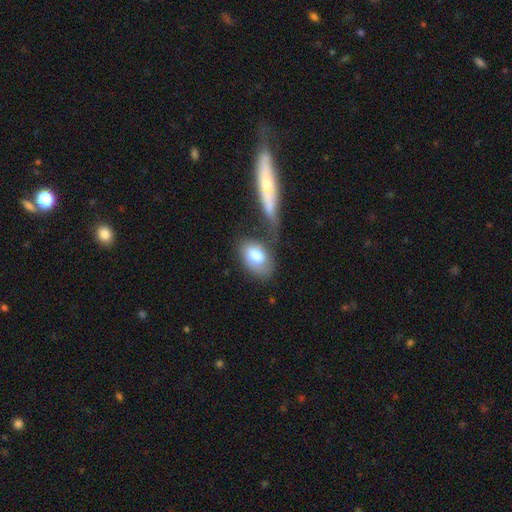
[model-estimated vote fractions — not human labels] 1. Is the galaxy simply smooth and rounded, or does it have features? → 75% smooth, 19% featured or disk, 6% star or artifact.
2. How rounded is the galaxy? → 89% in between, 9% round, 2% cigar-shaped.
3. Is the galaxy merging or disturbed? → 43% none, 25% merger, 20% minor disturbance, 12% major disturbance.